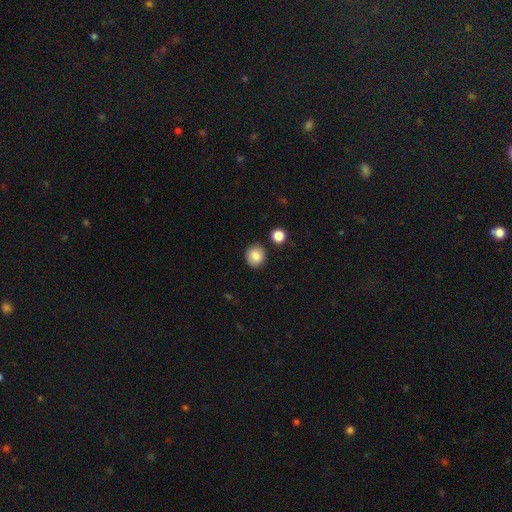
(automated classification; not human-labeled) Morphology: type=smooth (84%); roundness=round (81%); merging=none (86%).